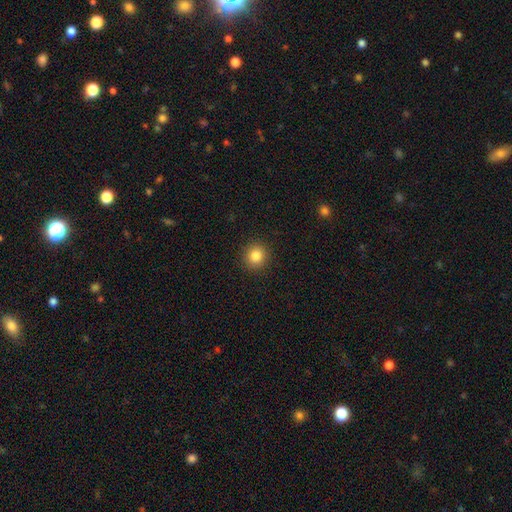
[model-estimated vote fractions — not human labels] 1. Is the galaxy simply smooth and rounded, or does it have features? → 84% smooth, 11% star or artifact, 5% featured or disk.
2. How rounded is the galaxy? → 91% round, 8% in between, 1% cigar-shaped.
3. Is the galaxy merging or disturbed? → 92% none, 5% minor disturbance, 2% major disturbance, 1% merger.